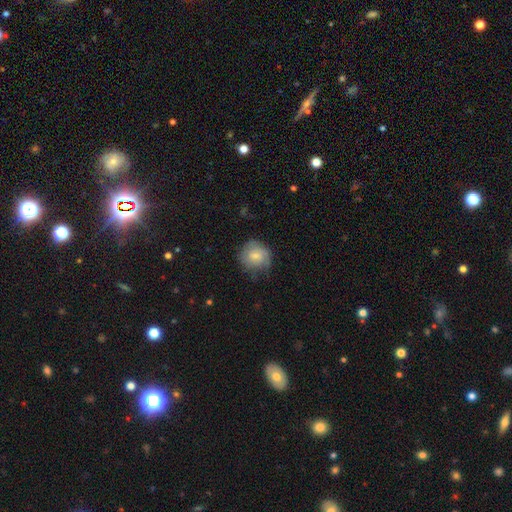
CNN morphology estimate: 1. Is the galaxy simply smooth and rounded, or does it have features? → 64% smooth, 29% featured or disk, 7% star or artifact.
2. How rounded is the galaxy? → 83% round, 16% in between, 1% cigar-shaped.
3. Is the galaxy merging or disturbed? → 66% none, 25% minor disturbance, 8% major disturbance, 1% merger.